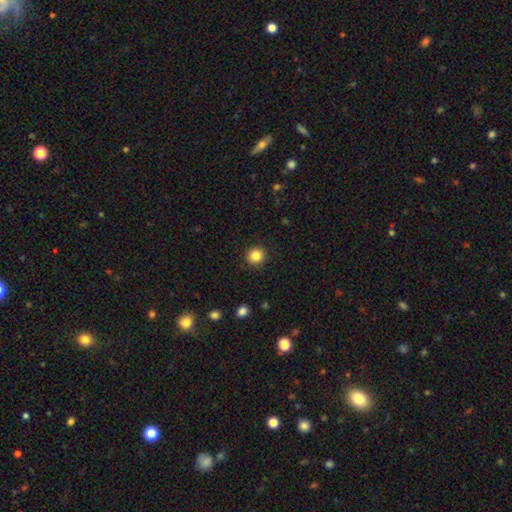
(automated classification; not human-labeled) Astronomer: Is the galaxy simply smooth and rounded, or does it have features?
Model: smooth — 85%.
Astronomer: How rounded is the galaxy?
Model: round — 93%.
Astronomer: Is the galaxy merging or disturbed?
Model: none — 92%.